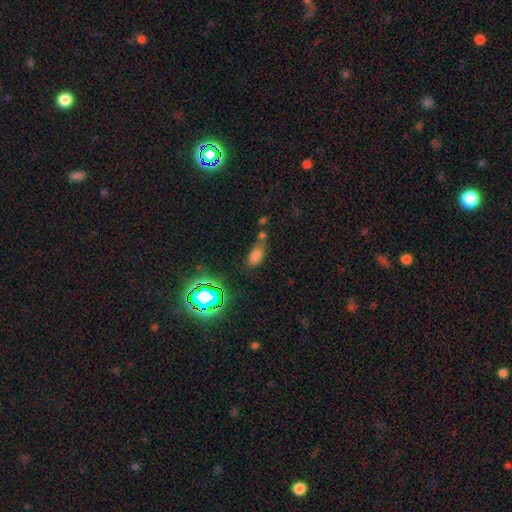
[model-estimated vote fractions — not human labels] Smooth or featured: smooth — 67% (star or artifact — 23%)
How rounded: in between — 85% (round — 8%)
Merging: none — 41% (merger — 28%)